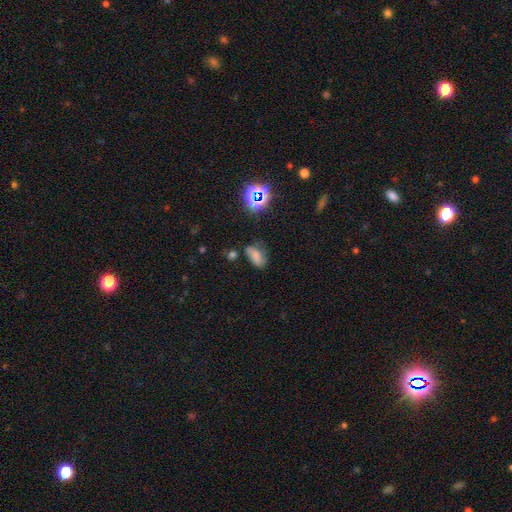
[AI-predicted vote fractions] This is likely a smooth galaxy (61%). How rounded: clearly in between (88%). Merging: possibly none (49%).